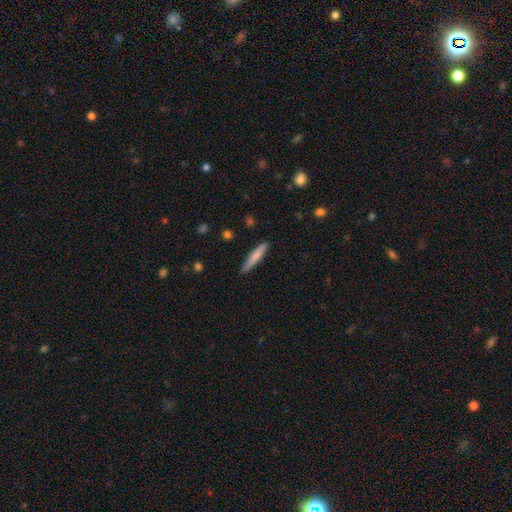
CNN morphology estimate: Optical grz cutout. It shows a smooth galaxy with no disk features (77%) that is cigar-shaped (90%). Merging: none (85%).